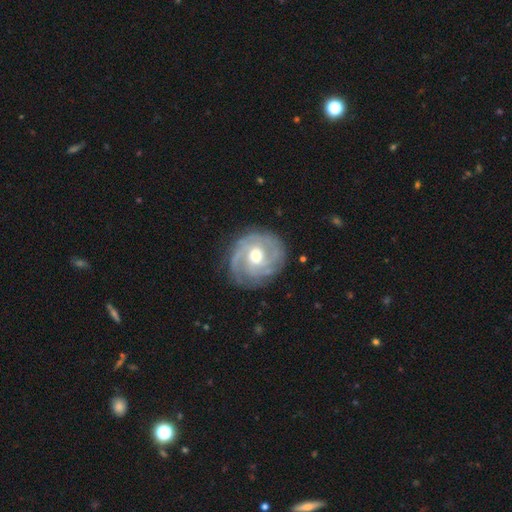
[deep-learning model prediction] Morphology: type=featured or disk (85%); edge-on=no (97%); bar=no (63%); spiral arms=yes (95%); winding=tight (69%); arm count=3 (31%); bulge=moderate (70%); merging=none (80%).